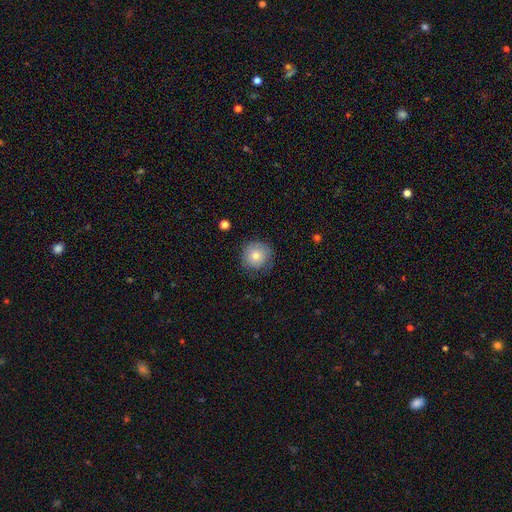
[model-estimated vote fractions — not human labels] Overall: smooth (73%). How rounded: round (94%). Merging: none (78%).